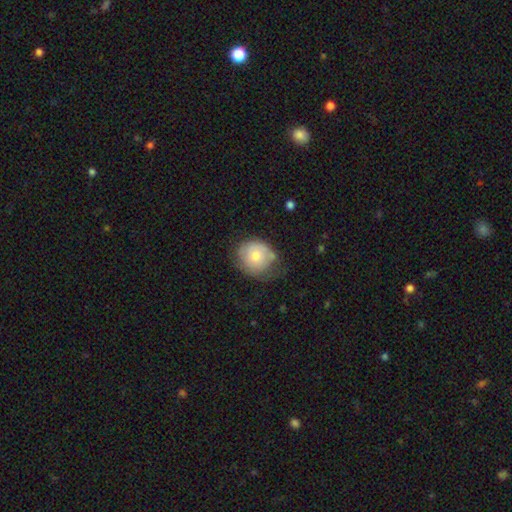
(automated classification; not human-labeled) smooth-or-featured: smooth: 67% | featured or disk: 26% | star or artifact: 8%
  how-rounded: round: 79% | in between: 20% | cigar-shaped: 1%
  merging: none: 55% | minor disturbance: 31% | major disturbance: 11% | merger: 3%